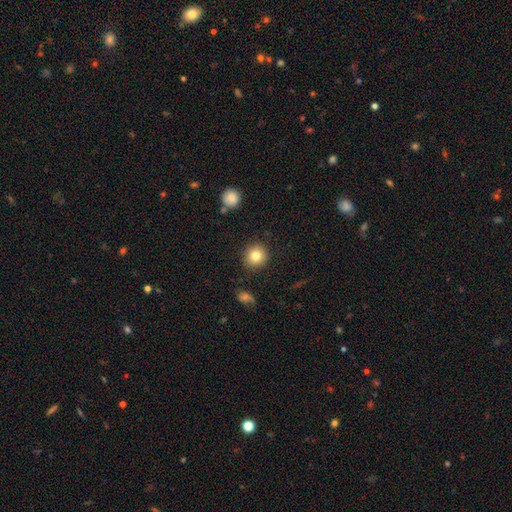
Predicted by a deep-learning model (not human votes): Smooth or featured? smooth (82%)
How rounded? round (91%)
Merging? none (90%)